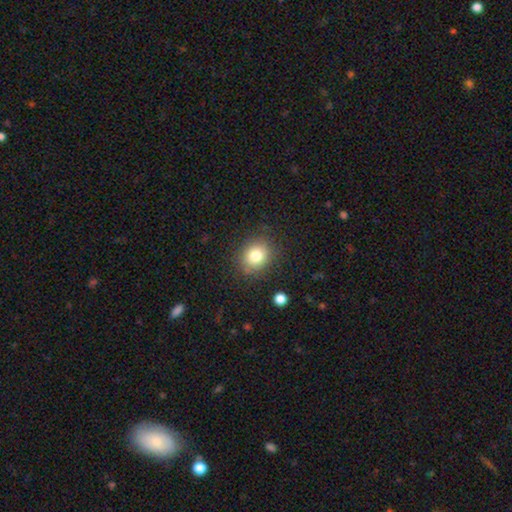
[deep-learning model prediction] Smooth or featured: smooth — 80% (star or artifact — 11%)
How rounded: round — 69% (in between — 30%)
Merging: none — 84% (minor disturbance — 11%)